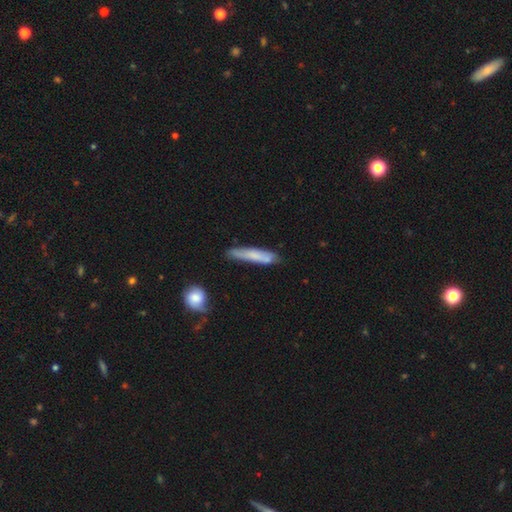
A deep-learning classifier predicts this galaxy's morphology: Smooth or featured? Predicted: smooth (p=0.67). How rounded? Predicted: cigar-shaped (p=0.89). Merging? Predicted: none (p=0.70).